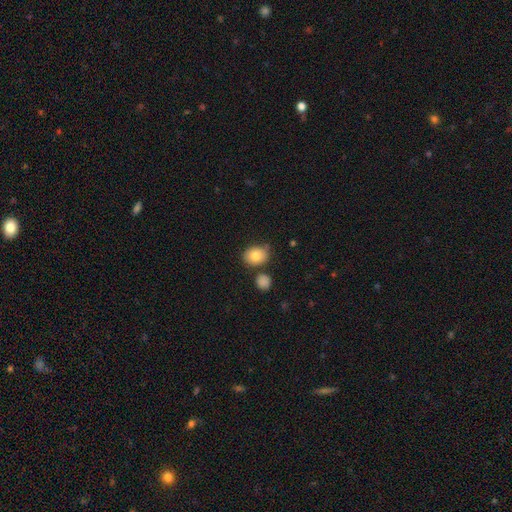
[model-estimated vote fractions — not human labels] smooth 82%, featured or disk 9%, star or artifact 8%. Down the decision tree: how rounded — in between (53%); merging — none (71%).